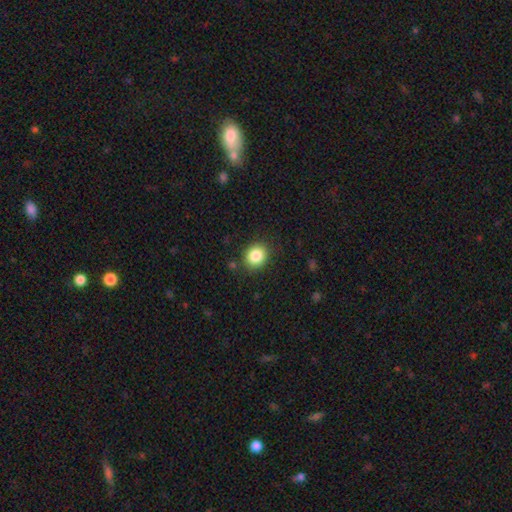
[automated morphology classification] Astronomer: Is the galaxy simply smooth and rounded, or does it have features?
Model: smooth — 85%.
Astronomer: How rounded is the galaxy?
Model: round — 74%.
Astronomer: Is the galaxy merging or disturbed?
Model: none — 87%.